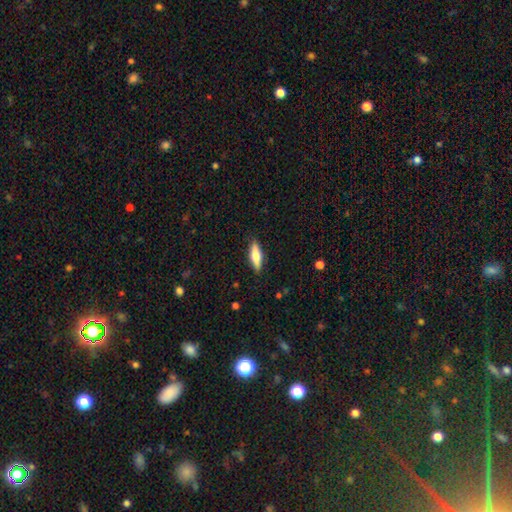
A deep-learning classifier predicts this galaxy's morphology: Smooth or featured: smooth — 64% (featured or disk — 30%)
How rounded: in between — 50% (cigar-shaped — 47%)
Merging: none — 88% (minor disturbance — 9%)